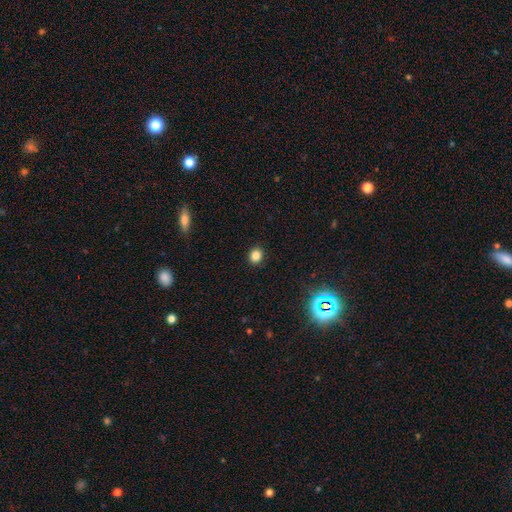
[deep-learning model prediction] The model was most divided on "how rounded": round: 76%, in between: 23%, cigar-shaped: 1%. More confident: merging — none (91%); smooth or featured — smooth (82%).